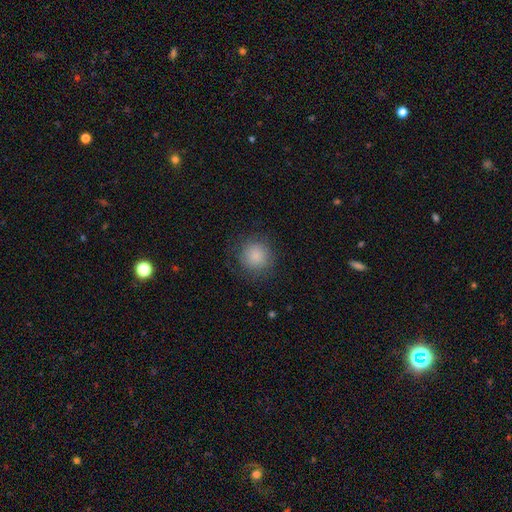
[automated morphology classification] Smooth or featured: smooth — 86% (star or artifact — 9%)
How rounded: round — 93% (in between — 6%)
Merging: none — 83% (minor disturbance — 11%)